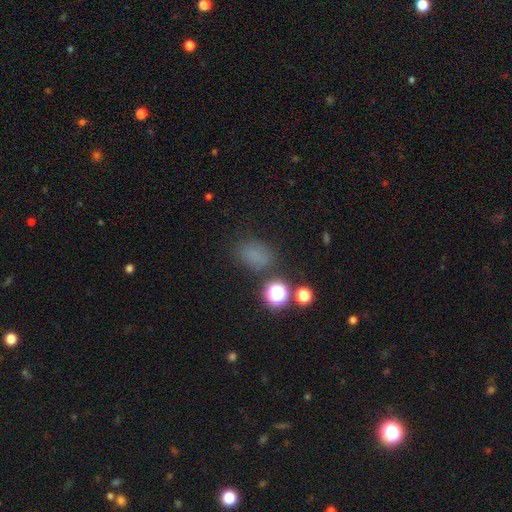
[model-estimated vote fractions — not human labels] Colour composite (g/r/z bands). It shows a smooth galaxy with no disk features (68%) that is in between round and cigar-shaped (67%). Merging: none (73%).